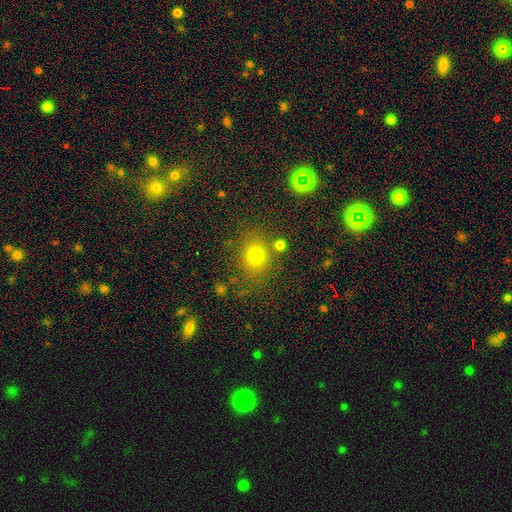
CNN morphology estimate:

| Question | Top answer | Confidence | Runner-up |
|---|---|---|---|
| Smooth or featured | smooth | 72% | star or artifact (18%) |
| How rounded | round | 73% | in between (26%) |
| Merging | none | 76% | minor disturbance (11%) |